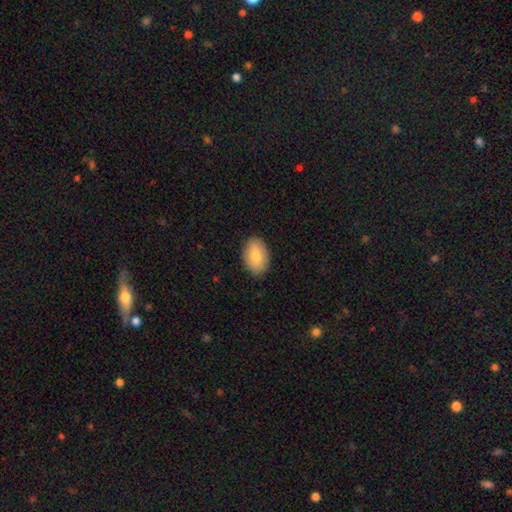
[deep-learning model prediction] smooth-or-featured: smooth: 80% | featured or disk: 13% | star or artifact: 7%
  how-rounded: in between: 89% | round: 10% | cigar-shaped: 1%
  merging: none: 89% | minor disturbance: 9% | major disturbance: 2% | merger: 1%